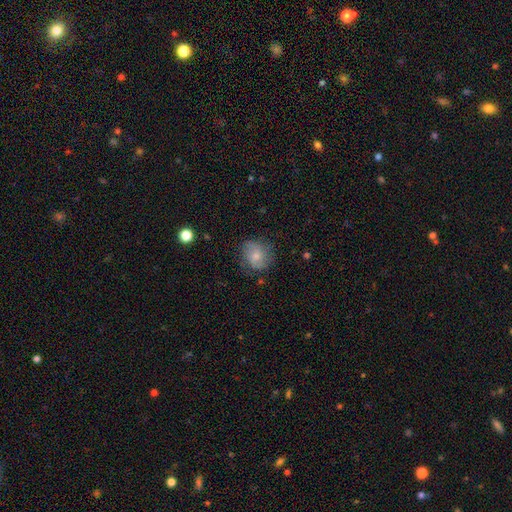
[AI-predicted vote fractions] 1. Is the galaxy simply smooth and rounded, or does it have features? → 62% smooth, 30% featured or disk, 8% star or artifact.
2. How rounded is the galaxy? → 76% round, 23% in between, 1% cigar-shaped.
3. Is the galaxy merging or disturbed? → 69% none, 22% minor disturbance, 8% major disturbance, 1% merger.